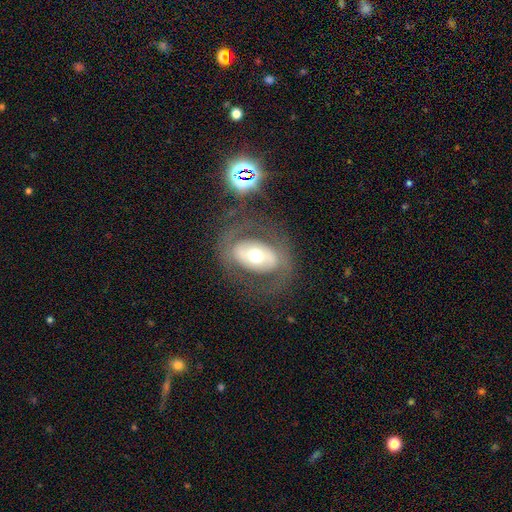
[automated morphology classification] Smooth or featured? featured or disk (60%)
Edge-on disk? no (93%)
Bar? no (61%)
Spiral arms? no (67%)
Bulge size? moderate (65%)
Merging? none (74%)